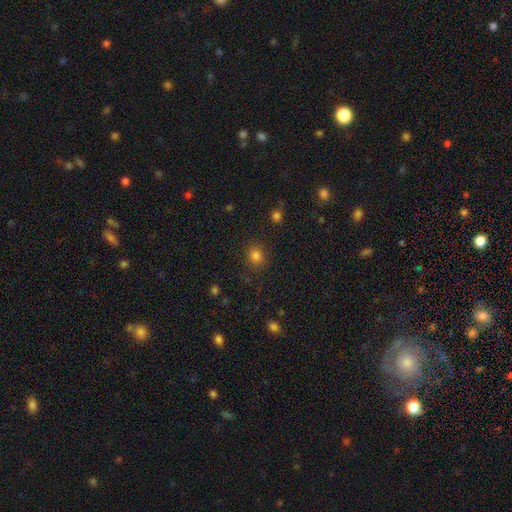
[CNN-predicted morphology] A smooth galaxy with no disk features (81%) that is round (74%).

Vote fractions:
- Smooth or featured? smooth: 81% / star or artifact: 14% / featured or disk: 5%
- How rounded? round: 74% / in between: 25% / cigar-shaped: 1%
- Merging? none: 83% / minor disturbance: 11% / major disturbance: 4% / merger: 3%